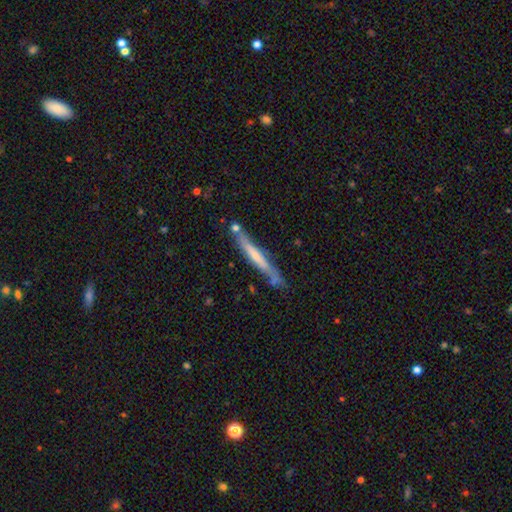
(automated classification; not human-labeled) featured or disk 48%, smooth 46%, star or artifact 6%. Down the decision tree: merging — none (71%).